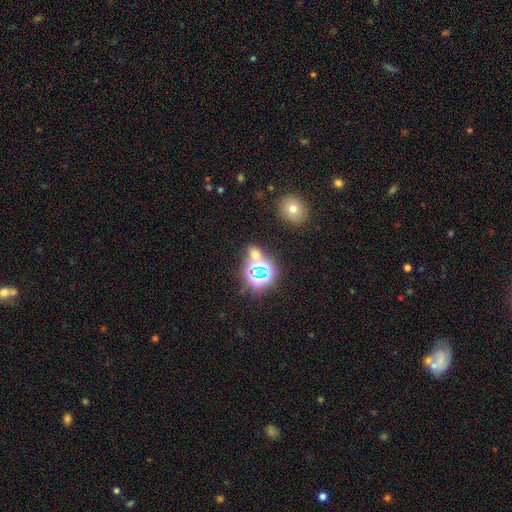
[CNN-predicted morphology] Smooth or featured?
  - star or artifact: 53% *
  - smooth: 39%
  - featured or disk: 8%